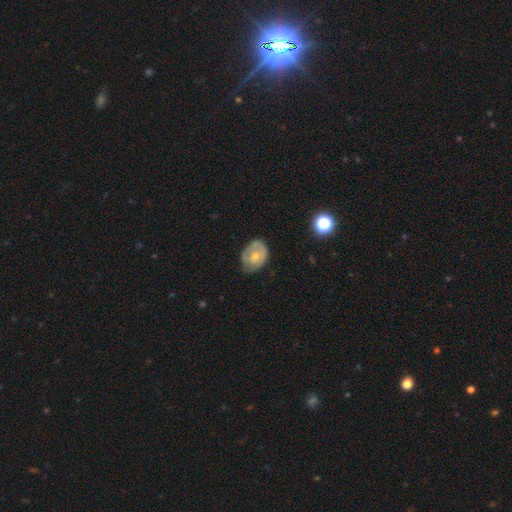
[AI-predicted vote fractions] Smooth or featured? Predicted: smooth (p=0.48). Merging? Predicted: none (p=0.55).